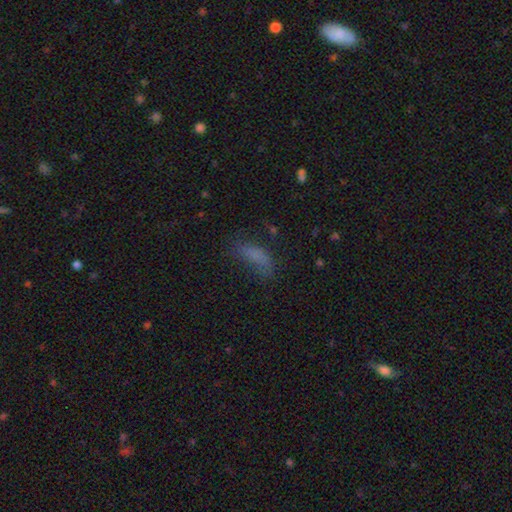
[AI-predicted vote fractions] This appears to be a smooth galaxy with no disk features (70%) that is in between round and cigar-shaped (66%). Merging: none (46%).